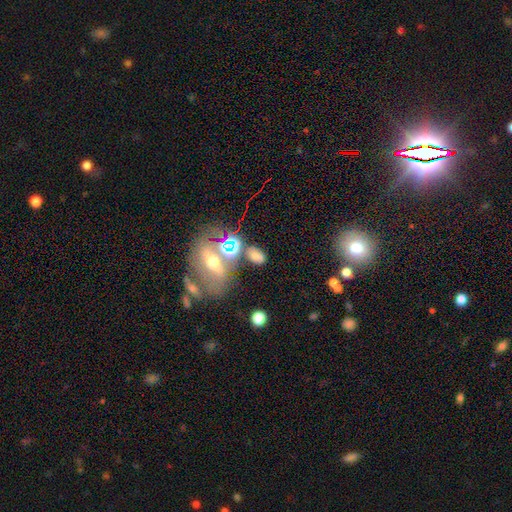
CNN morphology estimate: smooth 56%, star or artifact 24%, featured or disk 20%. Down the decision tree: how rounded — in between (77%); merging — none (58%).